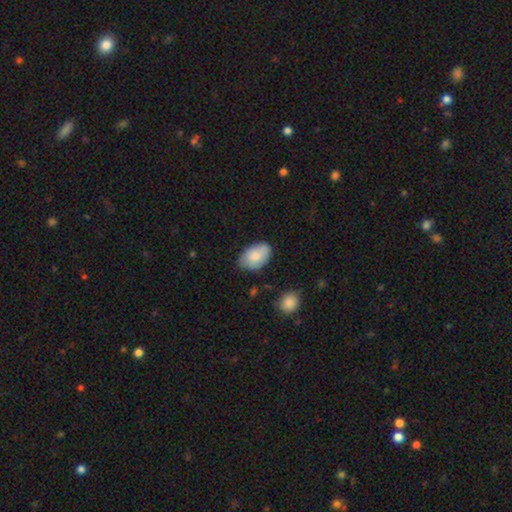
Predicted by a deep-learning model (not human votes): Smooth or featured? smooth (80%)
How rounded? in between (90%)
Merging? none (69%)